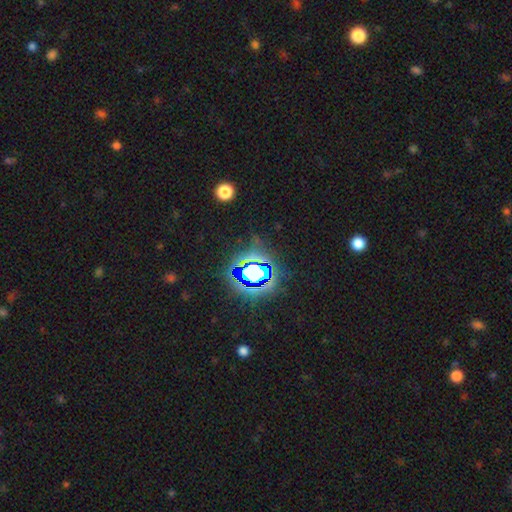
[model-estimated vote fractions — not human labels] This is clearly a star or artifact rather than a galaxy (82%).